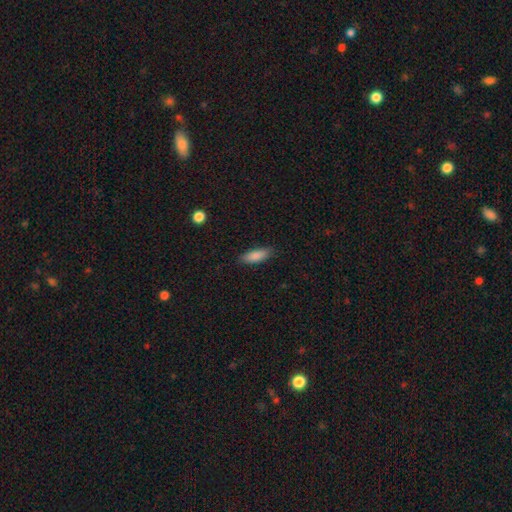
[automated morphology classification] type=smooth (86%); roundness=in between (60%); merging=none (85%).